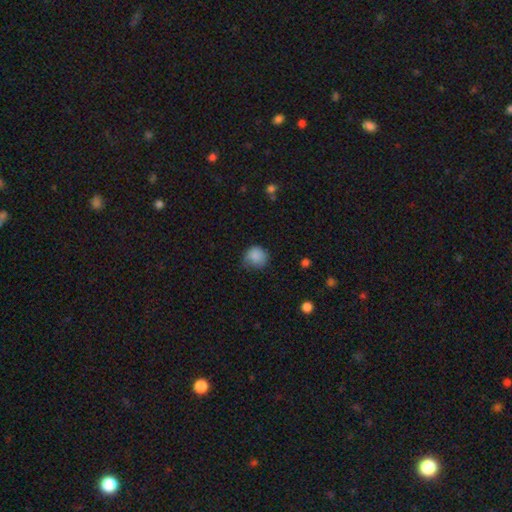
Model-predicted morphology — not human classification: A smooth galaxy with no disk features (84%) that is round (81%). Merging: none (56%).